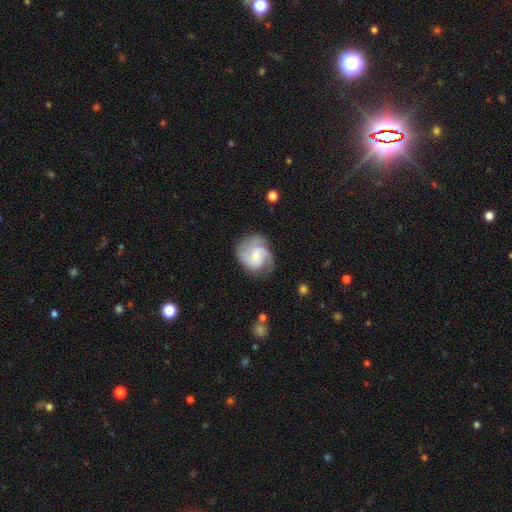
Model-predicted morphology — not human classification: featured or disk 74%, smooth 20%, star or artifact 6%. Down the decision tree: edge-on disk — no (98%); bar — no (49%); spiral arms — yes (94%); spiral arm count — 2 (44%); spiral winding — medium (48%); bulge size — small (53%); merging — none (64%).